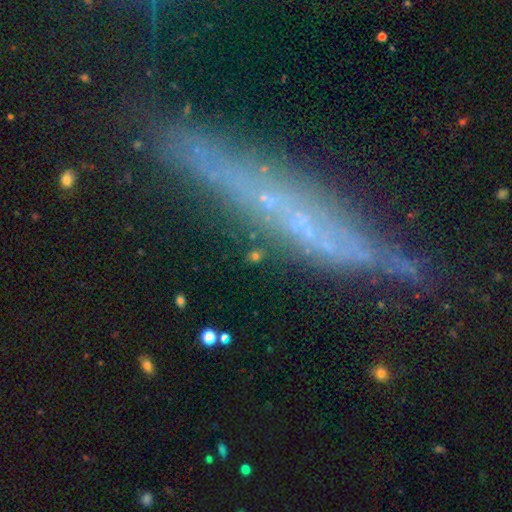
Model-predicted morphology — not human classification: Smooth or featured? smooth (38%)
Merging? none (77%)